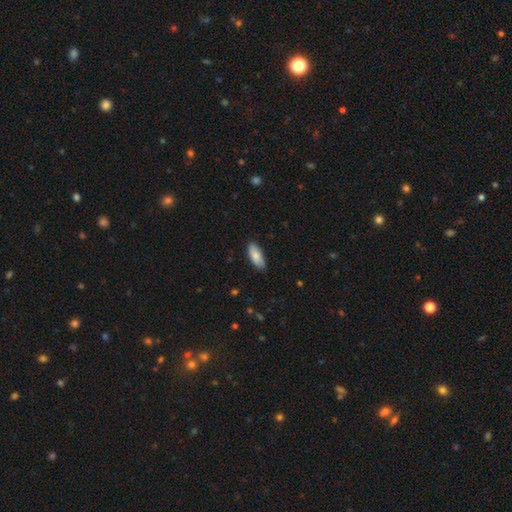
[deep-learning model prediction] Smooth or featured? Predicted: smooth (p=0.84). How rounded? Predicted: in between (p=0.80). Merging? Predicted: none (p=0.86).